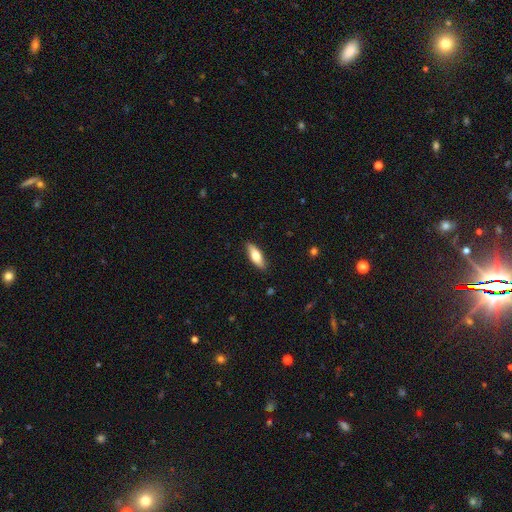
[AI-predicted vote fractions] Overall: smooth (66%; featured or disk 28%). How rounded: in between (59%; cigar-shaped 39%). Merging: none (87%).